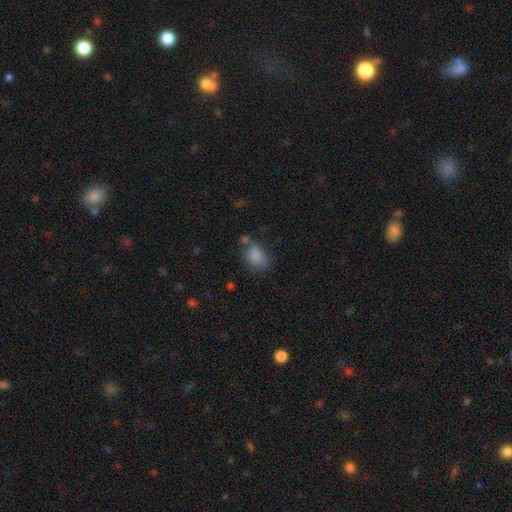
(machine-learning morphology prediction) The model was most divided on "merging": none: 47%, minor disturbance: 26%, major disturbance: 13%, merger: 13%. More confident: smooth or featured — smooth (79%); how rounded — in between (76%).